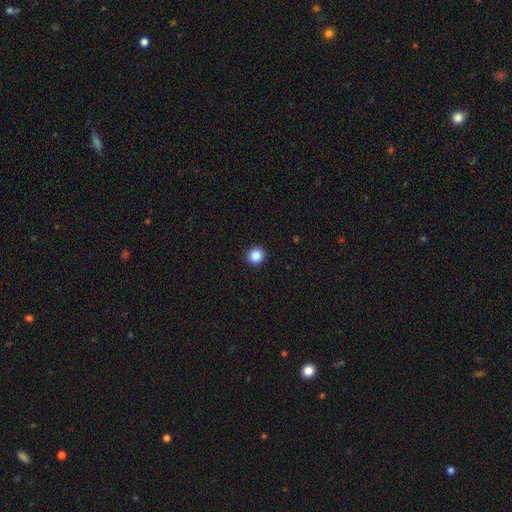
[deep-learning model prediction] Smooth or featured? Predicted: smooth (p=0.86). How rounded? Predicted: round (p=0.92). Merging? Predicted: none (p=0.93).